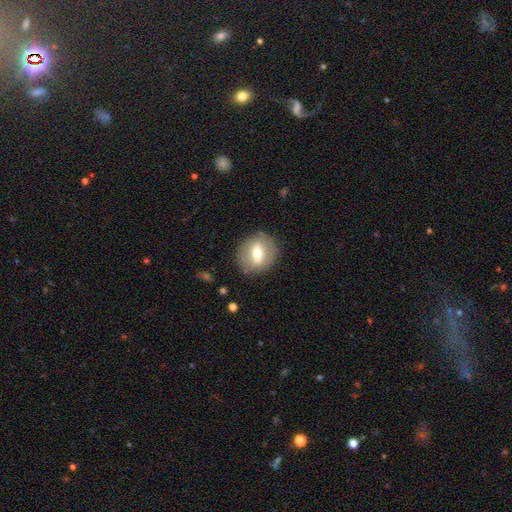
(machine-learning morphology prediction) Smooth or featured? smooth (46%)
Merging? none (86%)